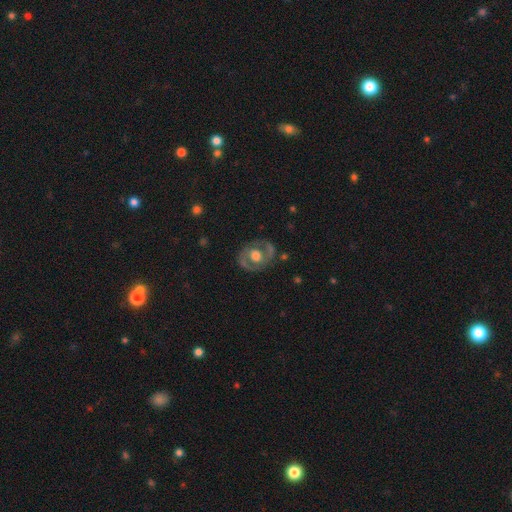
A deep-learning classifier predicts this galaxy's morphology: Q: Smooth or featured?
A: featured or disk (67%); runner-up: smooth (28%)
Q: Edge-on disk?
A: no (95%); runner-up: yes (5%)
Q: Bar?
A: no (74%); runner-up: weak (21%)
Q: Spiral arms?
A: no (54%); runner-up: yes (46%)
Q: Bulge size?
A: moderate (45%); tied with: large (45%)
Q: Merging?
A: none (78%); runner-up: minor disturbance (14%)